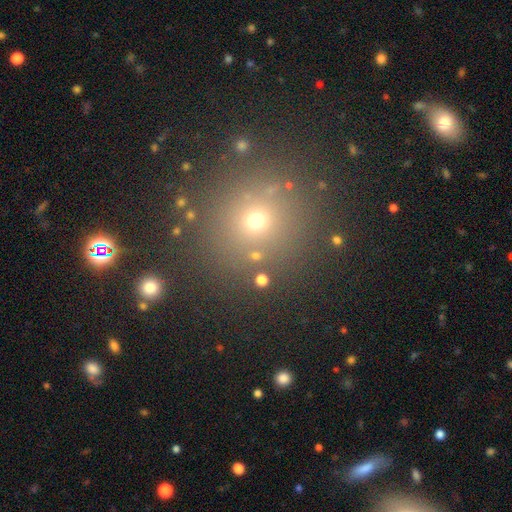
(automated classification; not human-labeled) This appears to be a smooth galaxy with no disk features (64%) that is round (89%). Merging: none (82%).